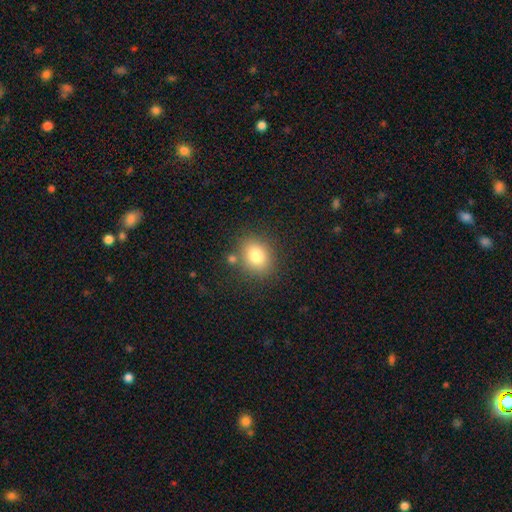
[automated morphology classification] smooth-or-featured: smooth: 80% | star or artifact: 11% | featured or disk: 9%
  how-rounded: round: 50% | in between: 49% | cigar-shaped: 1%
  merging: none: 78% | minor disturbance: 11% | merger: 7% | major disturbance: 4%